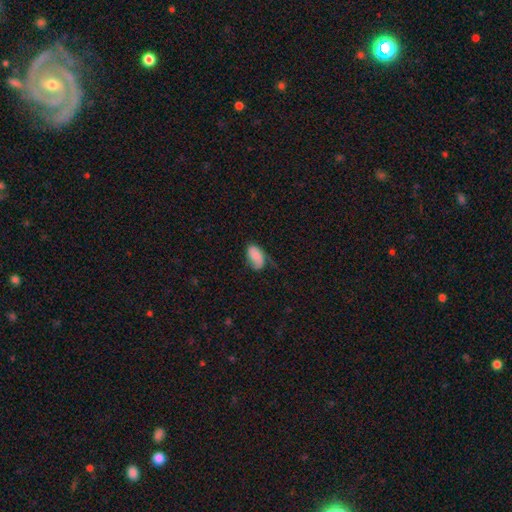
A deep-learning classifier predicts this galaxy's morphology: smooth 72%, featured or disk 20%, star or artifact 8%. Down the decision tree: how rounded — in between (93%); merging — none (43%).